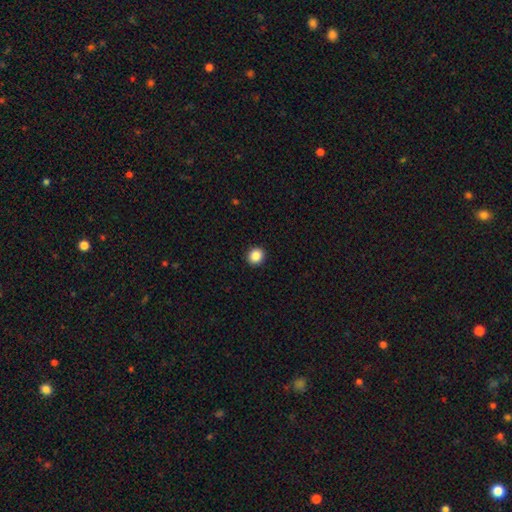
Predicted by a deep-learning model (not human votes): A smooth galaxy with no disk features (87%) that is round (82%).

Vote fractions:
- Smooth or featured? smooth: 87% / star or artifact: 9% / featured or disk: 3%
- How rounded? round: 82% / in between: 17% / cigar-shaped: 1%
- Merging? none: 93% / minor disturbance: 5% / major disturbance: 2% / merger: 1%